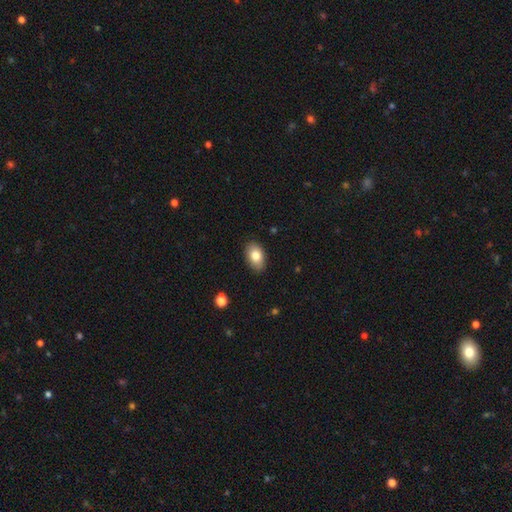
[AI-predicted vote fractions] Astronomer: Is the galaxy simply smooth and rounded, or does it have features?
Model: smooth — 81%.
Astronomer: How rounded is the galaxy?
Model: in between — 90%.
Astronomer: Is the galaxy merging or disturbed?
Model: none — 87%.